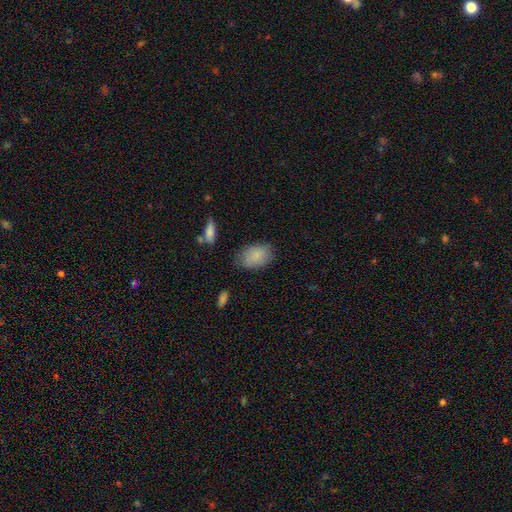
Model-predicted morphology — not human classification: The model was most divided on "merging": none: 76%, minor disturbance: 18%, major disturbance: 4%, merger: 2%. More confident: how rounded — in between (91%); smooth or featured — smooth (85%).